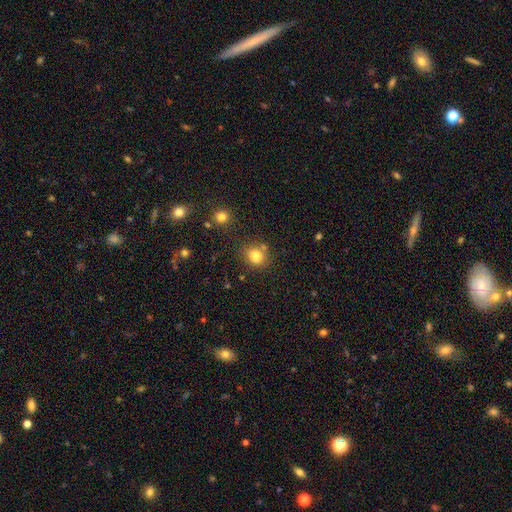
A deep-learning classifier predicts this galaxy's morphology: smooth-or-featured: smooth: 81% | star or artifact: 12% | featured or disk: 7%
  how-rounded: round: 63% | in between: 36% | cigar-shaped: 1%
  merging: none: 69% | minor disturbance: 14% | merger: 12% | major disturbance: 4%